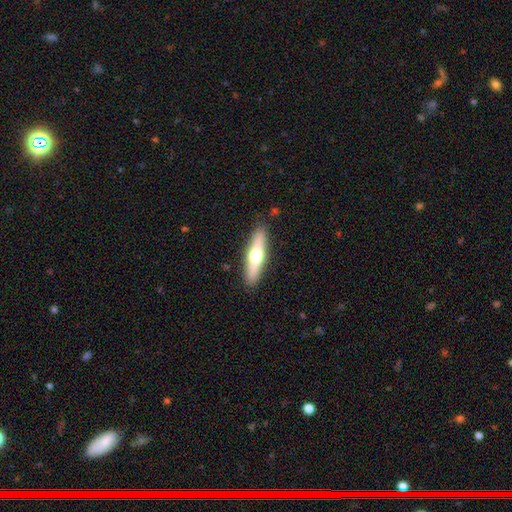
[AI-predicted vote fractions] Smooth or featured?
  - featured or disk: 48% *
  - smooth: 46%
  - star or artifact: 6%
Merging?
  - none: 89% *
  - minor disturbance: 8%
  - major disturbance: 2%
  - merger: 1%